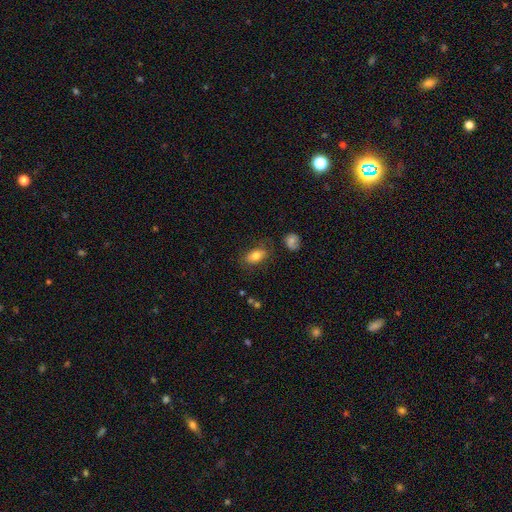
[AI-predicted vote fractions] smooth-or-featured: smooth: 79% | featured or disk: 13% | star or artifact: 8%
  how-rounded: in between: 88% | round: 7% | cigar-shaped: 5%
  merging: none: 76% | minor disturbance: 16% | major disturbance: 6% | merger: 3%